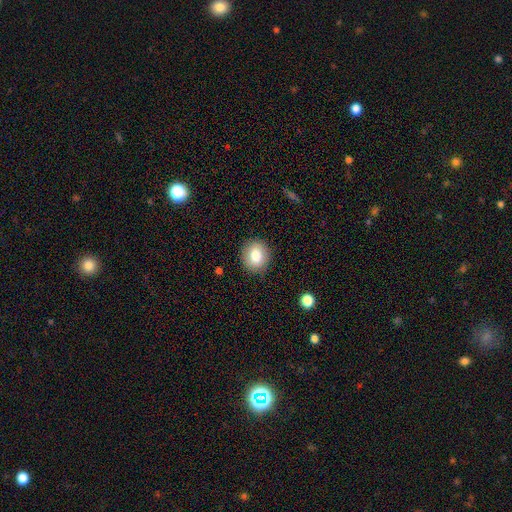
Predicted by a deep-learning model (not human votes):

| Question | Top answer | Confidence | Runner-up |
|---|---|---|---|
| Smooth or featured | smooth | 79% | featured or disk (12%) |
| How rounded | round | 75% | in between (24%) |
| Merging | none | 89% | minor disturbance (8%) |